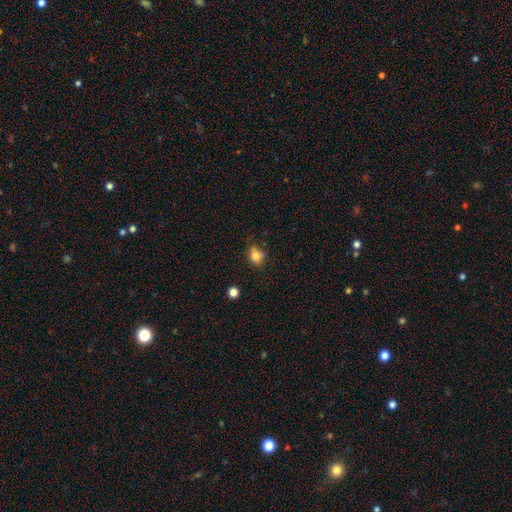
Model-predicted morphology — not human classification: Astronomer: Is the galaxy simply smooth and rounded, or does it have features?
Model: smooth — 82%.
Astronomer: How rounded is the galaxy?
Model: round — 65%.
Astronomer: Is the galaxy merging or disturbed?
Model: none — 63%.